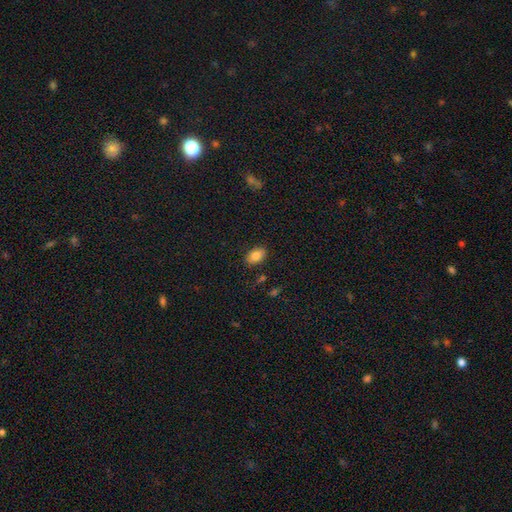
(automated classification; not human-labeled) Smooth or featured?
  - smooth: 83% *
  - star or artifact: 8%
  - featured or disk: 8%
How rounded?
  - in between: 84% *
  - round: 14%
  - cigar-shaped: 1%
Merging?
  - none: 86% *
  - minor disturbance: 10%
  - major disturbance: 2%
  - merger: 2%